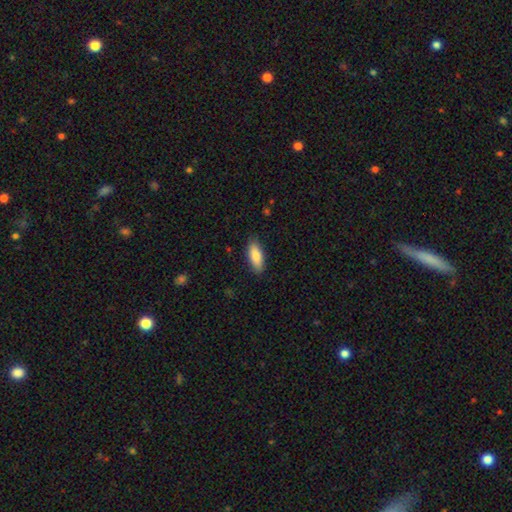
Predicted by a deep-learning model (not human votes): This appears to be a smooth galaxy with no disk features (82%) that is in between round and cigar-shaped (73%). Merging: none (87%).